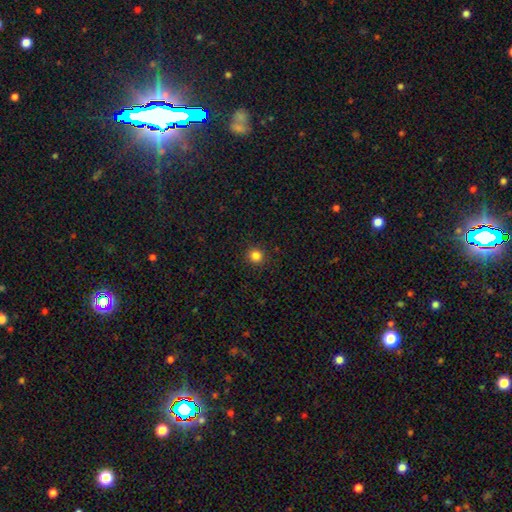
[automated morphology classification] Smooth or featured: smooth — 84% (star or artifact — 13%)
How rounded: round — 94% (in between — 5%)
Merging: none — 92% (minor disturbance — 5%)